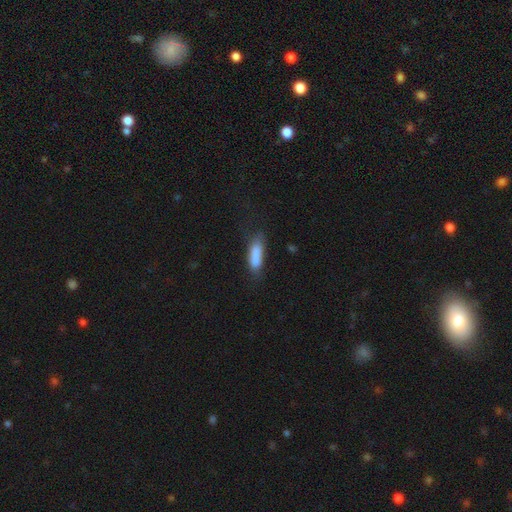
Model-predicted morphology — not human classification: This is clearly a smooth galaxy (82%). How rounded: possibly cigar-shaped (55%). Merging: possibly none (55%).